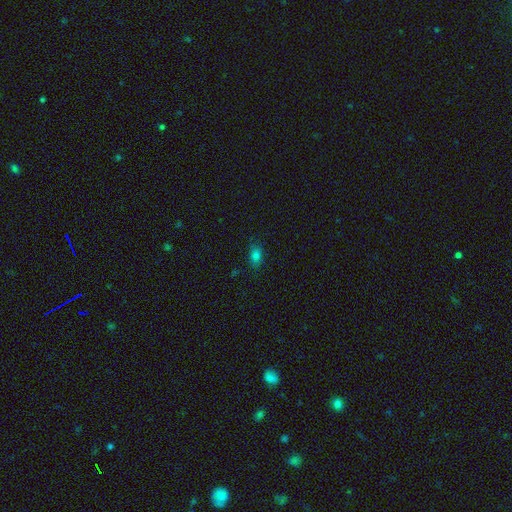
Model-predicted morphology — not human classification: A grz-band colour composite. It shows a smooth galaxy with no disk features (77%) that is in between round and cigar-shaped (77%). Merging: none (80%).